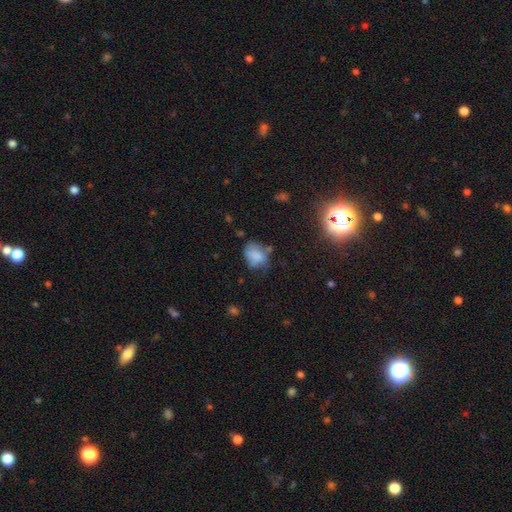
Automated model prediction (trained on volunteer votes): Morphology: type=smooth (71%); roundness=in between (68%); merging=none (44%).